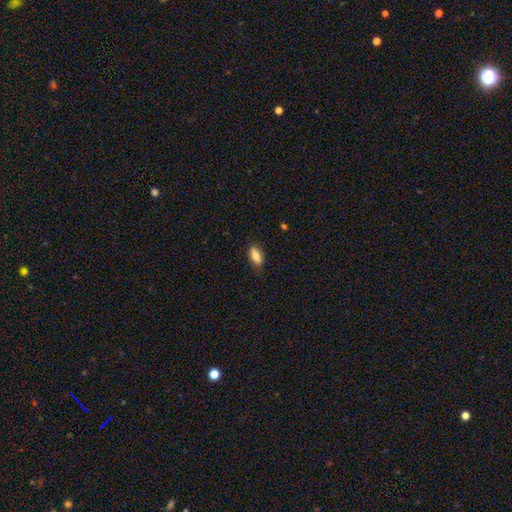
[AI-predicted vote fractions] A smooth galaxy with no disk features (84%) that is in between round and cigar-shaped (85%). Merging: none (83%).